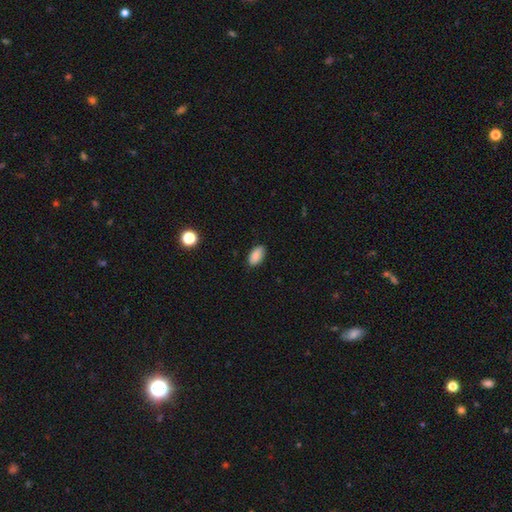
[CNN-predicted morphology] smooth-or-featured: smooth: 86% | star or artifact: 8% | featured or disk: 5%
  how-rounded: in between: 93% | round: 4% | cigar-shaped: 3%
  merging: none: 82% | minor disturbance: 14% | major disturbance: 2% | merger: 1%